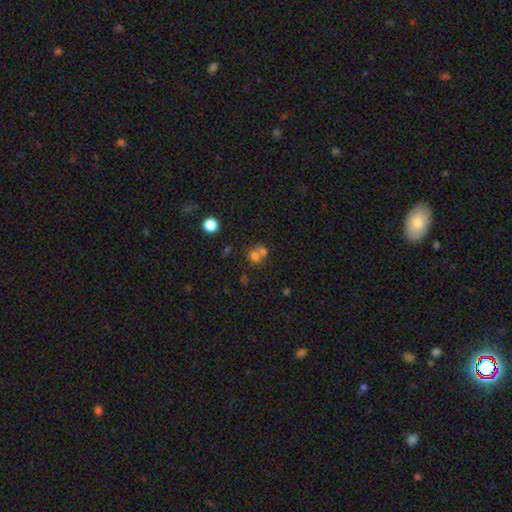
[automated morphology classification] Overall: smooth (68%). How rounded: round (79%). Merging: merger (54%; none 36%).